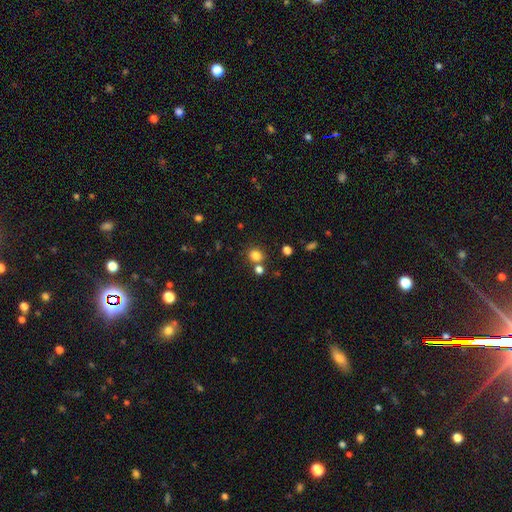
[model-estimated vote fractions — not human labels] Morphology: type=smooth (81%); roundness=round (74%); merging=none (68%).